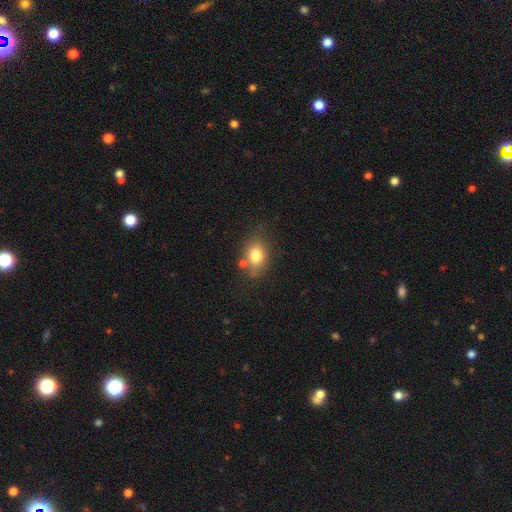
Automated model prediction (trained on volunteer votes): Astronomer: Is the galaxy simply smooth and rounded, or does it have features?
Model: smooth — 78%.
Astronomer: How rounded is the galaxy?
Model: in between — 62%.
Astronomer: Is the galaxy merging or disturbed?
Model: none — 68%.